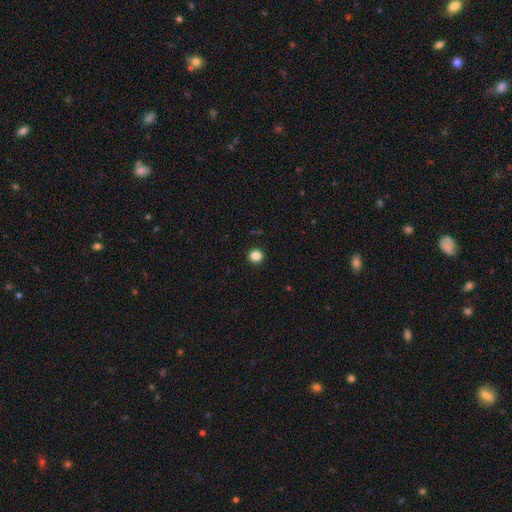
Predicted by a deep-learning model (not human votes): The model was most divided on "smooth or featured": smooth: 85%, star or artifact: 11%, featured or disk: 4%. More confident: merging — none (93%); how rounded — round (93%).